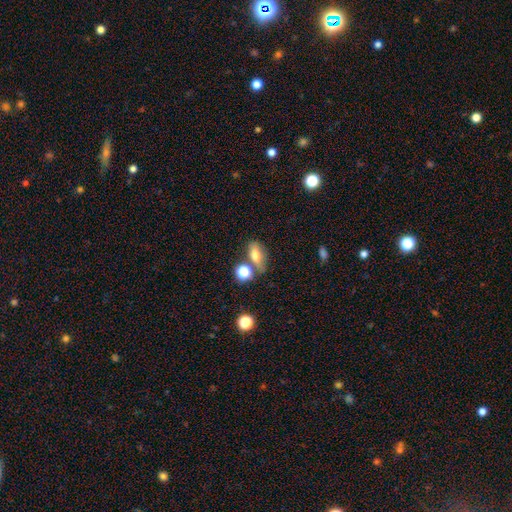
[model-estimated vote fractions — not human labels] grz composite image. It shows a smooth galaxy with no disk features (72%) that is in between round and cigar-shaped (77%). Merging: none (57%).